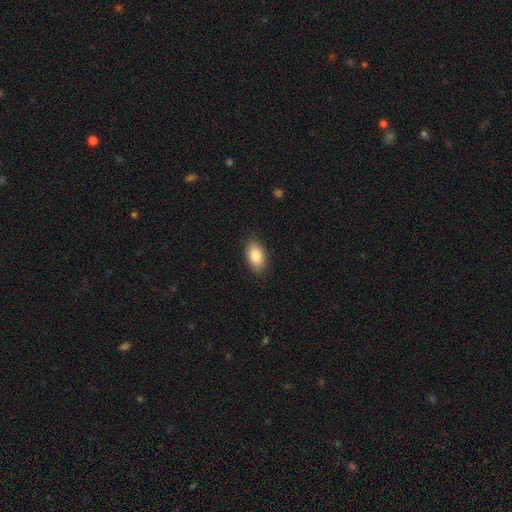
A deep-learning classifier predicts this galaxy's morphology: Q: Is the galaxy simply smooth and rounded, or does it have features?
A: smooth — 85%.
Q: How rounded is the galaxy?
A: in between — 93%.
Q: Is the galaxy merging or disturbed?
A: none — 88%.